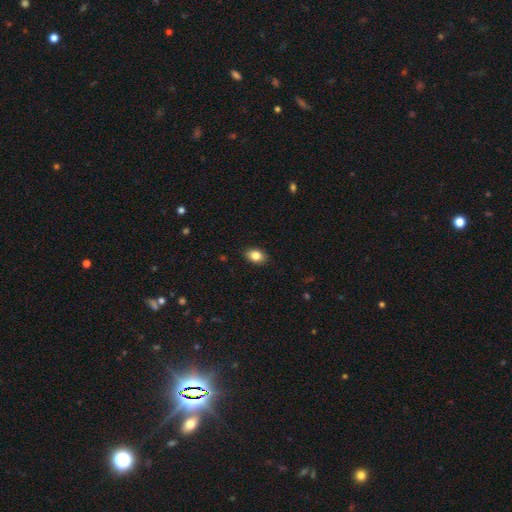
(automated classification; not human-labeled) This appears to be a smooth galaxy with no disk features (84%) that is in between round and cigar-shaped (80%). Merging: none (88%).